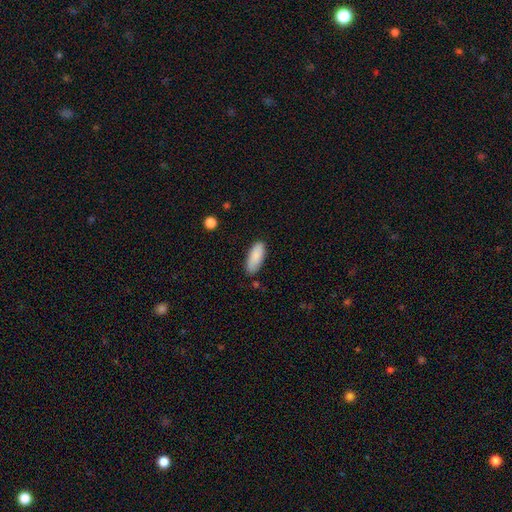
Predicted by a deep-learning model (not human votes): smooth_or_featured: smooth (p=0.88) [alt: star or artifact p=0.06]
how_rounded: in between (p=0.79) [alt: cigar-shaped p=0.19]
merging: none (p=0.82) [alt: minor disturbance p=0.14]